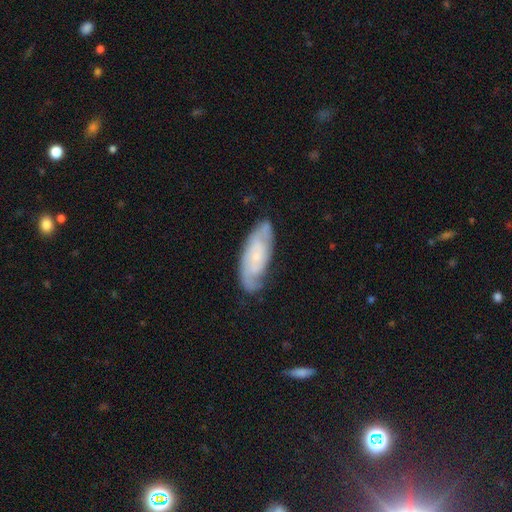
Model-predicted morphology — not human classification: This is likely a featured or disk galaxy (67%). It is clearly not viewed edge-on (88%). Bar: likely no (69%). Spiral arm pattern: clearly yes (90%). Spiral arm count: possibly 2 (49%). Spiral winding: possibly tight (54%). Central bulge: likely small (72%). Merging: likely none (73%).